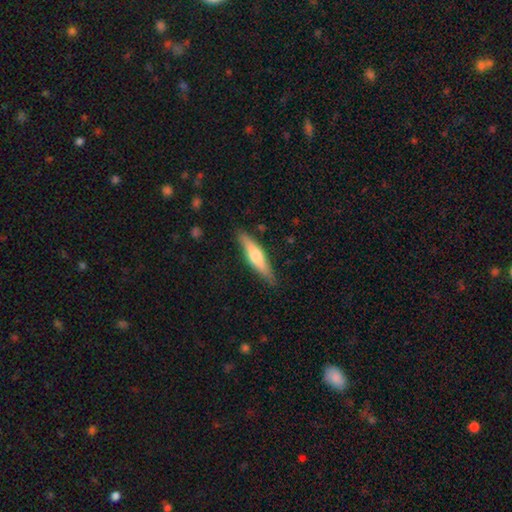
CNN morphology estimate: Smooth or featured?
  - smooth: 51% *
  - featured or disk: 43%
  - star or artifact: 5%
How rounded?
  - cigar-shaped: 79% *
  - in between: 20%
  - round: 2%
Merging?
  - none: 85% *
  - minor disturbance: 11%
  - major disturbance: 2%
  - merger: 1%